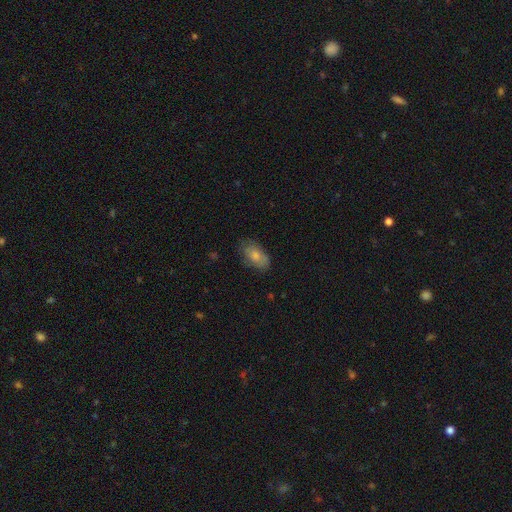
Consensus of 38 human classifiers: Smooth or featured? 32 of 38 (84%) said smooth. How rounded? 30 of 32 (94%) said in between. Merging? 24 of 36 (67%) said none.